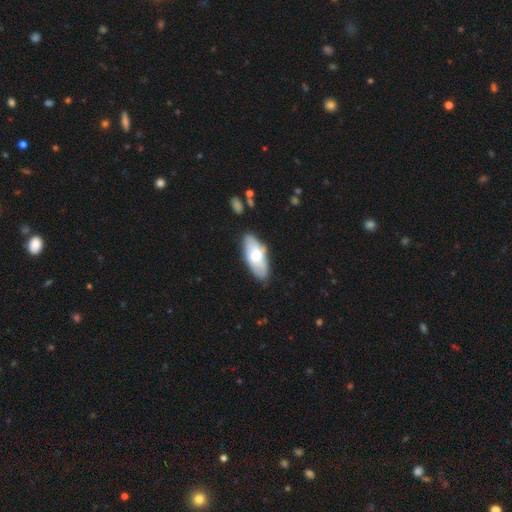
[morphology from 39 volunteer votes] Q: Smooth or featured?
A: smooth (69%); runner-up: featured or disk (26%)
Q: How rounded?
A: in between (96%); runner-up: round (4%)
Q: Merging?
A: none (86%); runner-up: minor disturbance (14%)